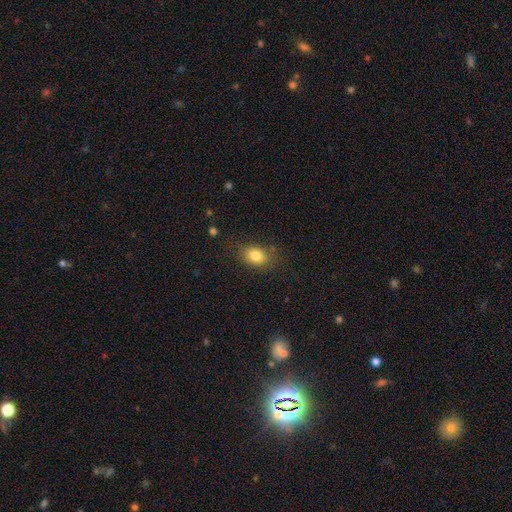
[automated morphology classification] type=smooth (82%); roundness=in between (66%); merging=none (76%).